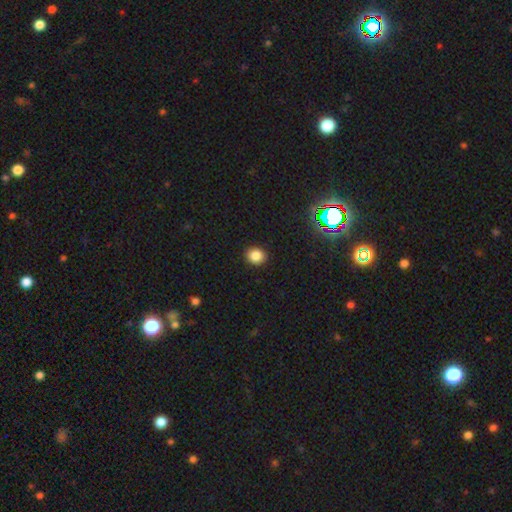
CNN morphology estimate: Smooth or featured? Predicted: smooth (p=0.84). How rounded? Predicted: round (p=0.76). Merging? Predicted: none (p=0.91).